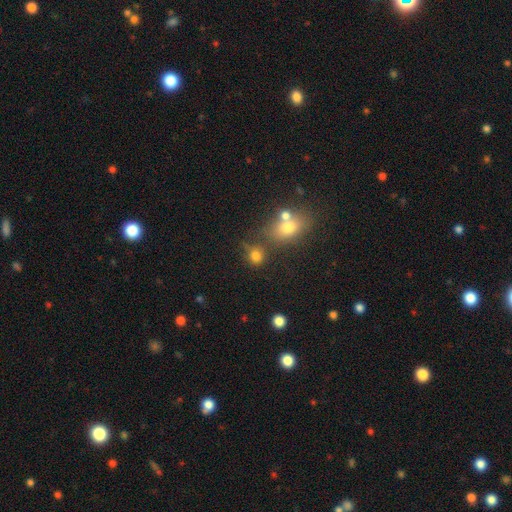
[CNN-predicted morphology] The model was most divided on "merging": none: 58%, merger: 19%, minor disturbance: 15%, major disturbance: 8%. More confident: smooth or featured — smooth (77%); how rounded — round (71%).